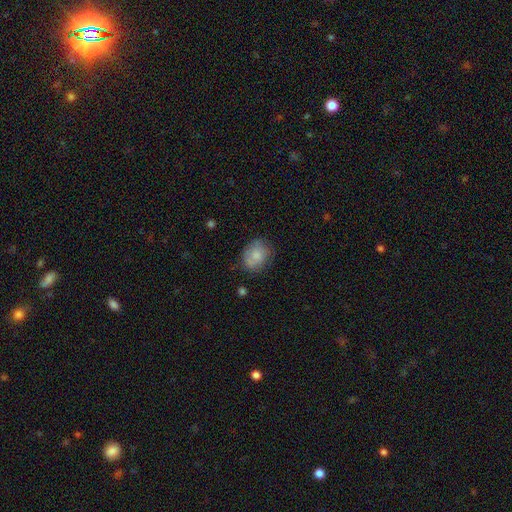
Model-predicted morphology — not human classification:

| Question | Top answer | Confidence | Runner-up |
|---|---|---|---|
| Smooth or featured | smooth | 70% | featured or disk (22%) |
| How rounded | round | 51% | in between (48%) |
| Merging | none | 65% | minor disturbance (24%) |